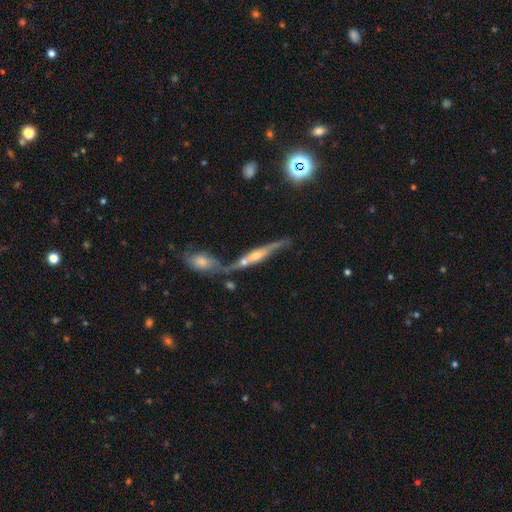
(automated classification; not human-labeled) Smooth or featured? featured or disk (75%)
Edge-on disk? yes (81%)
Edge-on bulge? rounded (81%)
Merging? none (41%)